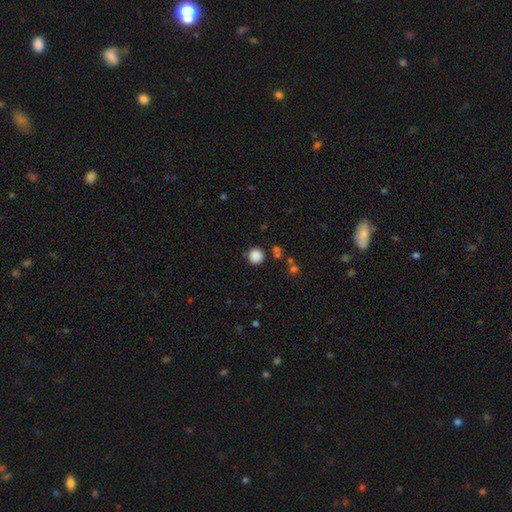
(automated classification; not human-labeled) This appears to be a smooth galaxy with no disk features (86%) that is round (93%). Merging: none (82%).